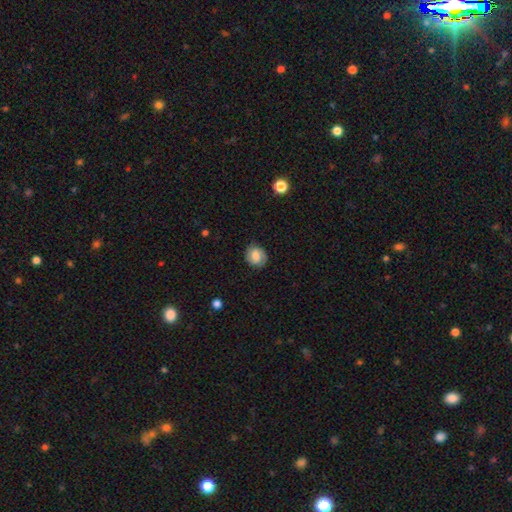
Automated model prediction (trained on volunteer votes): This is possibly a smooth galaxy (51%). How rounded: likely round (67%). Merging: clearly none (80%).